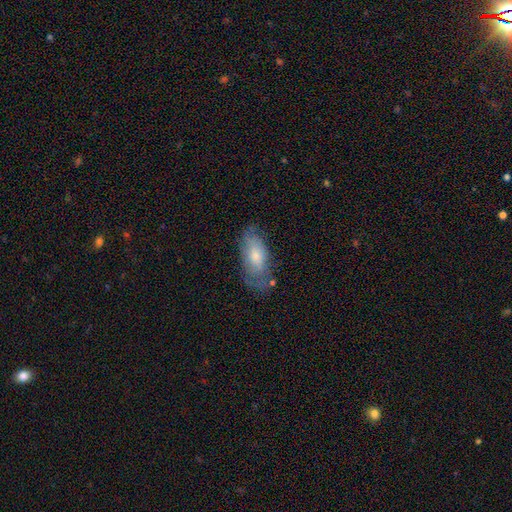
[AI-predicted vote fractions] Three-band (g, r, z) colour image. It shows a smooth galaxy with no disk features (58%) that is in between round and cigar-shaped (87%). Merging: none (58%).